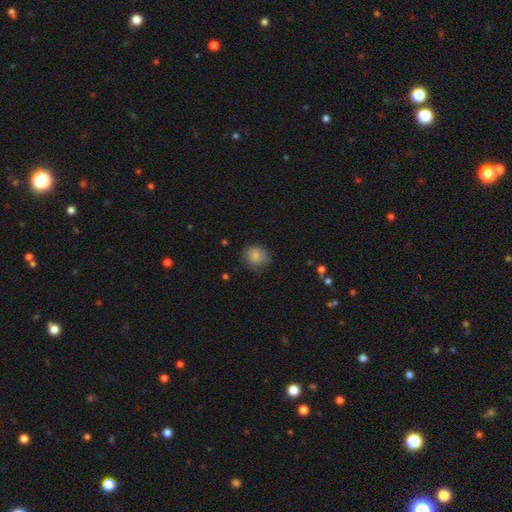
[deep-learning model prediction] Overall: smooth (80%). How rounded: round (72%). Merging: none (65%; minor disturbance 26%).